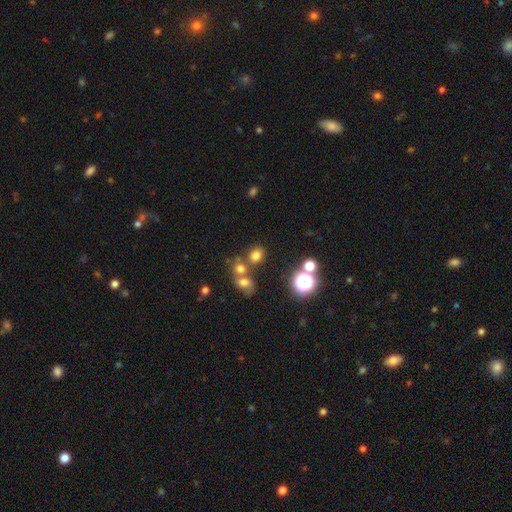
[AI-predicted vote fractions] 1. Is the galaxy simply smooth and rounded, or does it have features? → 72% smooth, 21% star or artifact, 8% featured or disk.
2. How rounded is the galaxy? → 63% round, 36% in between, 1% cigar-shaped.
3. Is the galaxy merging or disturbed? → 64% none, 22% merger, 10% minor disturbance, 4% major disturbance.